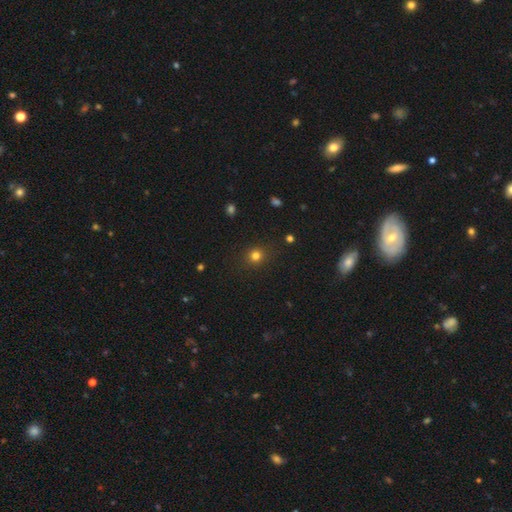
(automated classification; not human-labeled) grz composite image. It shows a smooth galaxy with no disk features (78%) that is round (87%). Merging: none (88%).